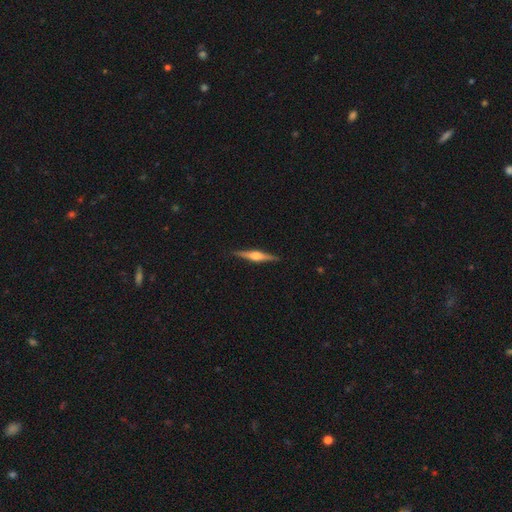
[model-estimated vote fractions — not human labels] featured or disk 79%, smooth 16%, star or artifact 5%. Down the decision tree: edge-on disk — yes (98%); edge-on bulge — rounded (88%); merging — none (91%).